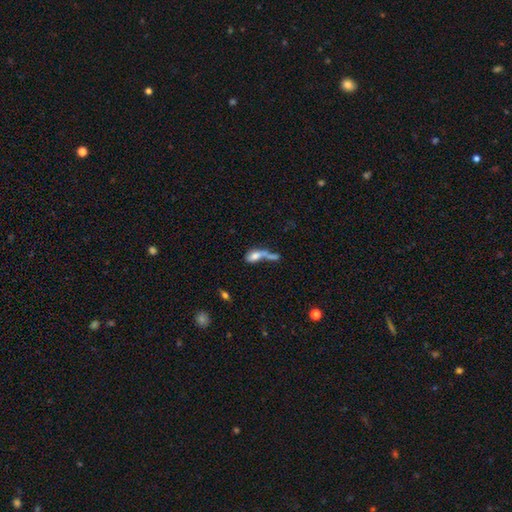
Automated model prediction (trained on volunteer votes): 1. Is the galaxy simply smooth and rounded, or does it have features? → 64% smooth, 26% featured or disk, 10% star or artifact.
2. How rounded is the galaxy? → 70% in between, 21% cigar-shaped, 9% round.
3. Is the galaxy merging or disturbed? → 55% merger, 18% none, 16% major disturbance, 10% minor disturbance.